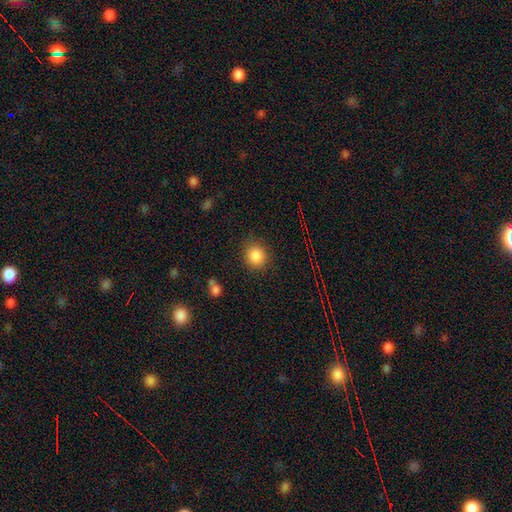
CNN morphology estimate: smooth 86%, star or artifact 10%, featured or disk 4%. Down the decision tree: how rounded — round (81%); merging — none (85%).